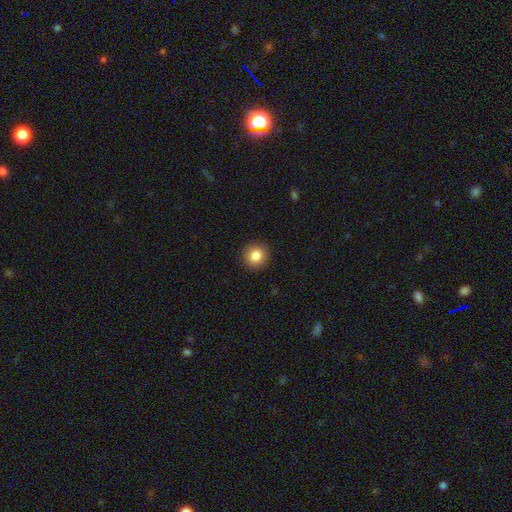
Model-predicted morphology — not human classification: smooth-or-featured: smooth: 84% | star or artifact: 10% | featured or disk: 6%
  how-rounded: round: 93% | in between: 6% | cigar-shaped: 1%
  merging: none: 92% | minor disturbance: 5% | major disturbance: 2% | merger: 1%